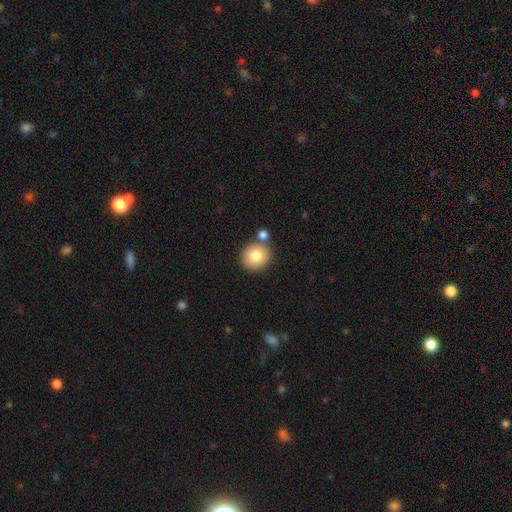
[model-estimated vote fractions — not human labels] Smooth or featured? Predicted: smooth (p=0.81). How rounded? Predicted: round (p=0.84). Merging? Predicted: none (p=0.70).